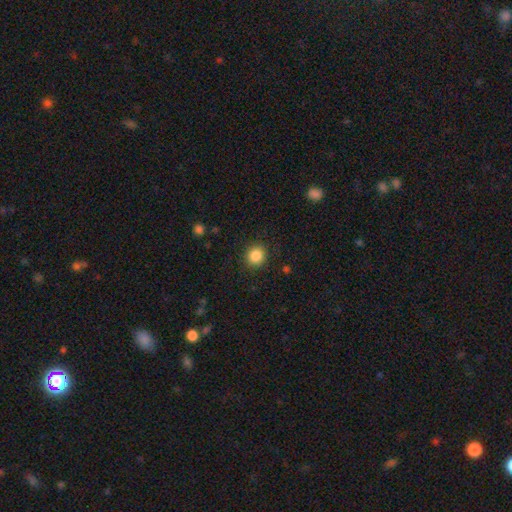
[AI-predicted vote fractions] A smooth galaxy with no disk features (85%) that is round (86%). Merging: none (89%).